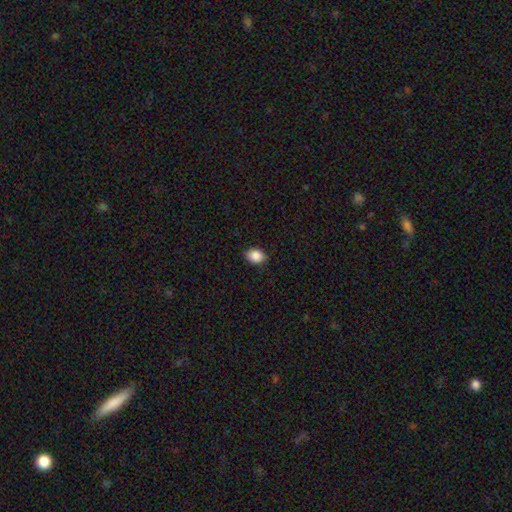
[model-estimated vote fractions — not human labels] Overall: smooth (87%). How rounded: in between (72%). Merging: none (87%).